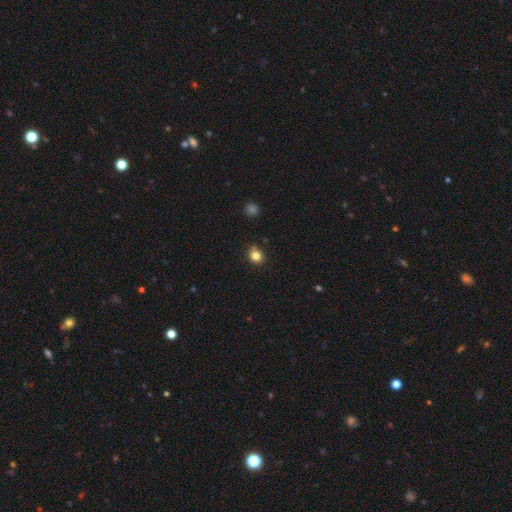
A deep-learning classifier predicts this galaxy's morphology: smooth-or-featured: smooth: 82% | star or artifact: 12% | featured or disk: 6%
  how-rounded: round: 73% | in between: 26% | cigar-shaped: 1%
  merging: none: 81% | minor disturbance: 13% | merger: 3% | major disturbance: 3%